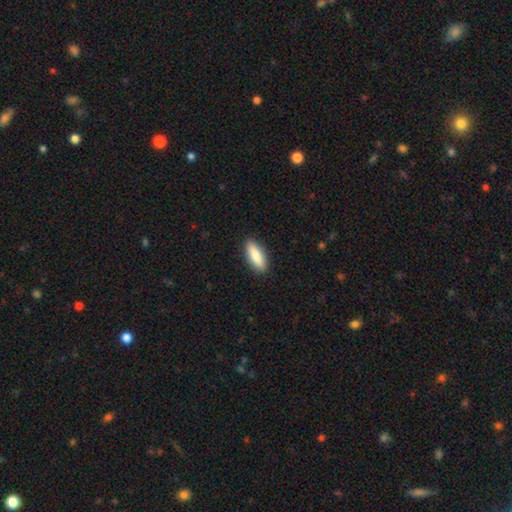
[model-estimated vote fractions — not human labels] A smooth galaxy with no disk features (84%) that is in between round and cigar-shaped (58%). Merging: none (90%).